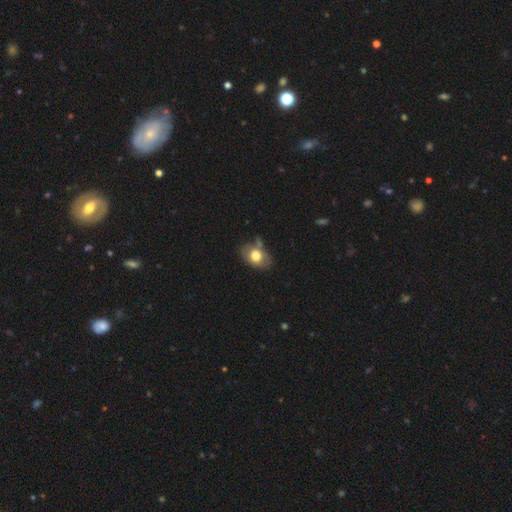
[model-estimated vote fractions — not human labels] Smooth or featured? Predicted: smooth (p=0.72). How rounded? Predicted: in between (p=0.79). Merging? Predicted: none (p=0.60).